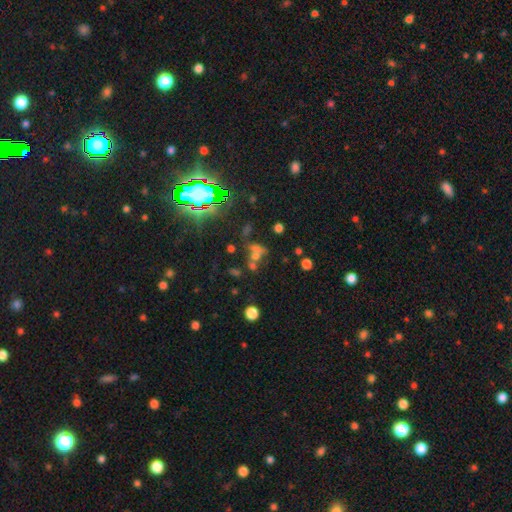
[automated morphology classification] Smooth or featured?
  - smooth: 43% *
  - star or artifact: 38%
  - featured or disk: 19%
Merging?
  - merger: 40% *
  - none: 37%
  - minor disturbance: 12%
  - major disturbance: 11%